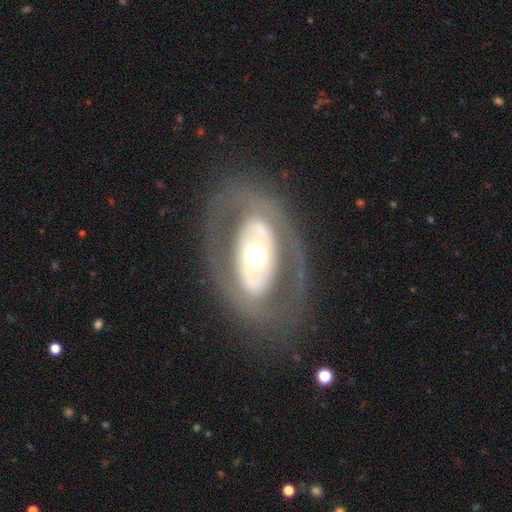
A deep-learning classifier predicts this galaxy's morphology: Q: Smooth or featured?
A: featured or disk (69%); runner-up: smooth (25%)
Q: Edge-on disk?
A: no (91%); runner-up: yes (9%)
Q: Bar?
A: no (75%); runner-up: strong (12%)
Q: Spiral arms?
A: no (79%); runner-up: yes (21%)
Q: Bulge size?
A: moderate (59%); runner-up: large (27%)
Q: Merging?
A: none (76%); runner-up: major disturbance (11%)